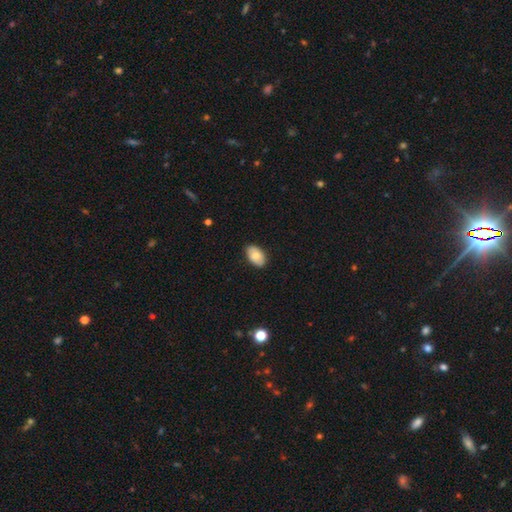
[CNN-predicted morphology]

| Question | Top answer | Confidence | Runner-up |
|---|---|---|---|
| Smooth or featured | smooth | 79% | featured or disk (15%) |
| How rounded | in between | 92% | round (7%) |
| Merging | none | 85% | minor disturbance (12%) |